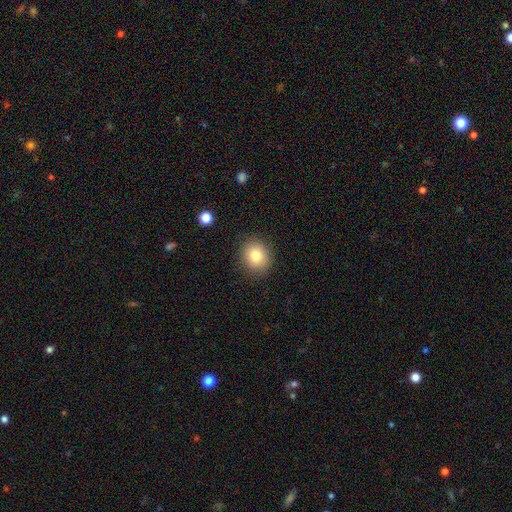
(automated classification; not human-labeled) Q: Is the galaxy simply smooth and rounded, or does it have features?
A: smooth — 82%.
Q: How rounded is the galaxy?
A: round — 76%.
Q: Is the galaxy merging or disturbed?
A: none — 88%.